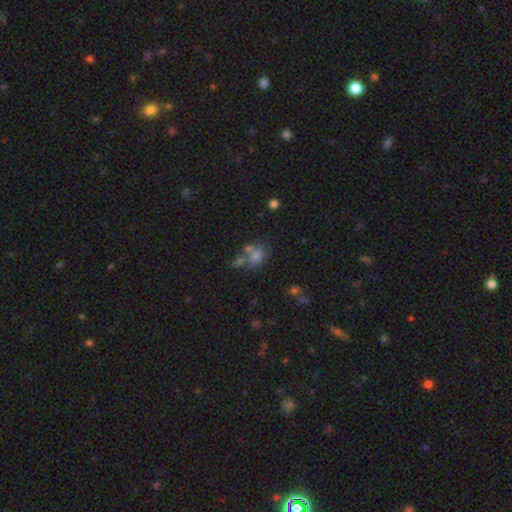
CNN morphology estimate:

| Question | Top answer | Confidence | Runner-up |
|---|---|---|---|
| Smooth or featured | smooth | 64% | star or artifact (18%) |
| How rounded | round | 50% | in between (49%) |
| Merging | none | 42% | merger (36%) |